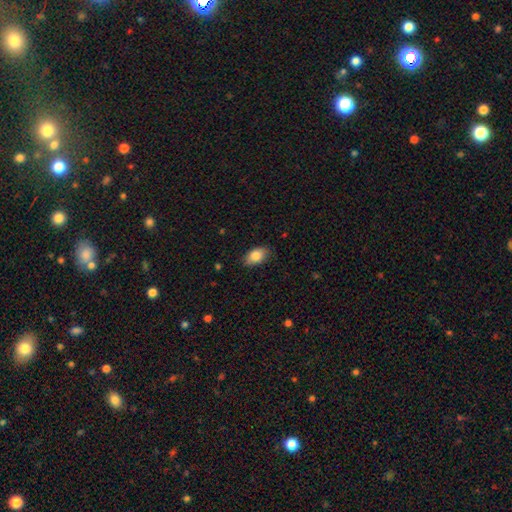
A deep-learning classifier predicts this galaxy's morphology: smooth_or_featured: smooth (p=0.84) [alt: featured or disk p=0.08]
how_rounded: in between (p=0.90) [alt: round p=0.08]
merging: none (p=0.84) [alt: minor disturbance p=0.13]